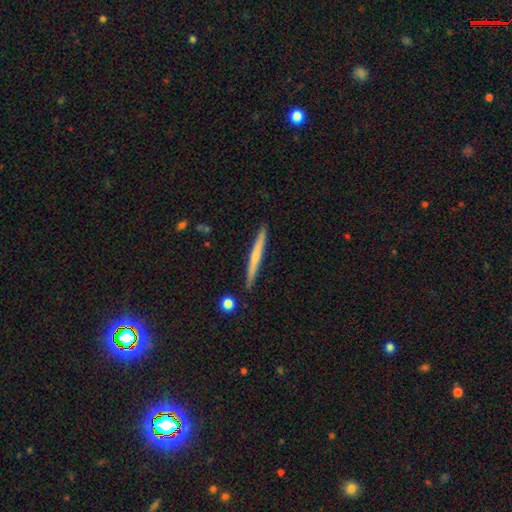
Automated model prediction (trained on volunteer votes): smooth 51%, featured or disk 44%, star or artifact 6%. Down the decision tree: how rounded — cigar-shaped (97%); merging — none (90%).